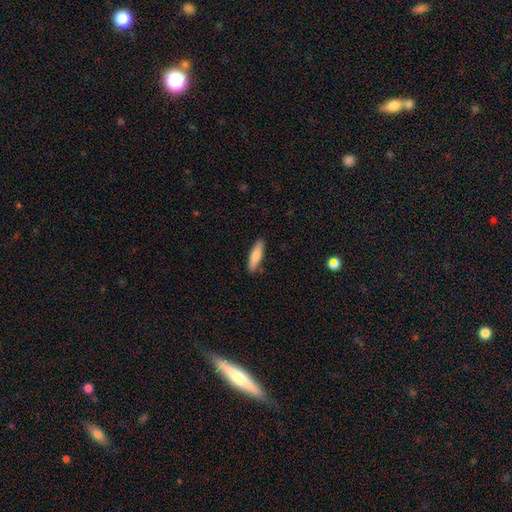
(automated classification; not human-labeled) This appears to be a smooth galaxy with no disk features (76%) that is cigar-shaped (65%). Merging: none (86%).